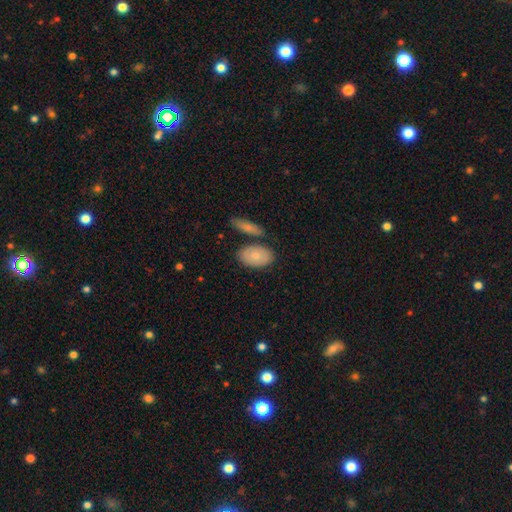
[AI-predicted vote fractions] smooth-or-featured: smooth: 79% | featured or disk: 16% | star or artifact: 5%
  how-rounded: in between: 91% | round: 6% | cigar-shaped: 2%
  merging: none: 72% | minor disturbance: 13% | merger: 12% | major disturbance: 3%